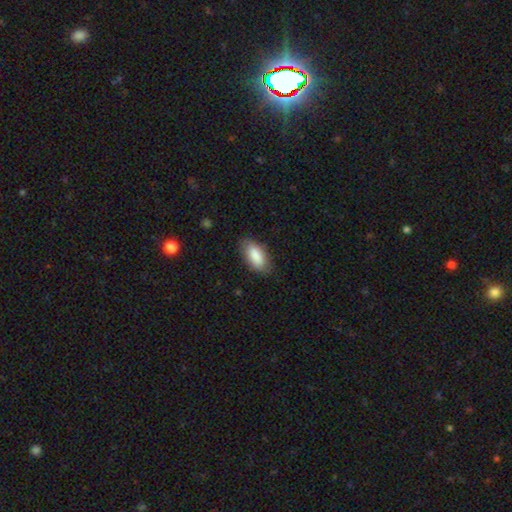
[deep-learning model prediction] A smooth galaxy with no disk features (85%) that is in between round and cigar-shaped (90%).

Vote fractions:
- Smooth or featured? smooth: 85% / featured or disk: 9% / star or artifact: 6%
- How rounded? in between: 90% / cigar-shaped: 8% / round: 2%
- Merging? none: 81% / minor disturbance: 15% / major disturbance: 3% / merger: 1%